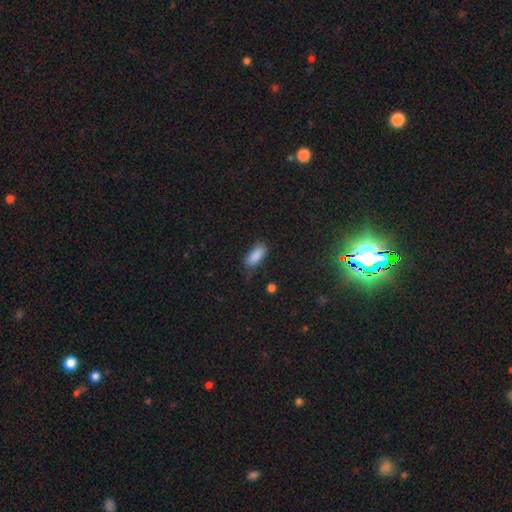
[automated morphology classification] Smooth or featured?
  - smooth: 88% *
  - star or artifact: 8%
  - featured or disk: 5%
How rounded?
  - in between: 84% *
  - cigar-shaped: 13%
  - round: 2%
Merging?
  - none: 68% *
  - minor disturbance: 24%
  - major disturbance: 6%
  - merger: 2%